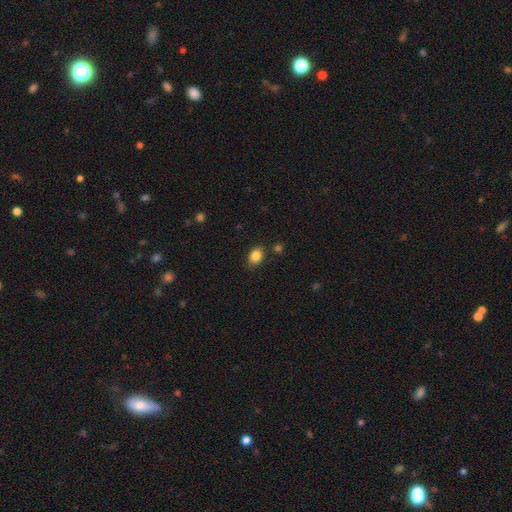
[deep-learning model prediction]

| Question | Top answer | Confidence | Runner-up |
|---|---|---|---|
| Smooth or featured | smooth | 85% | star or artifact (10%) |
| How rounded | in between | 64% | round (35%) |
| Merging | none | 80% | minor disturbance (14%) |